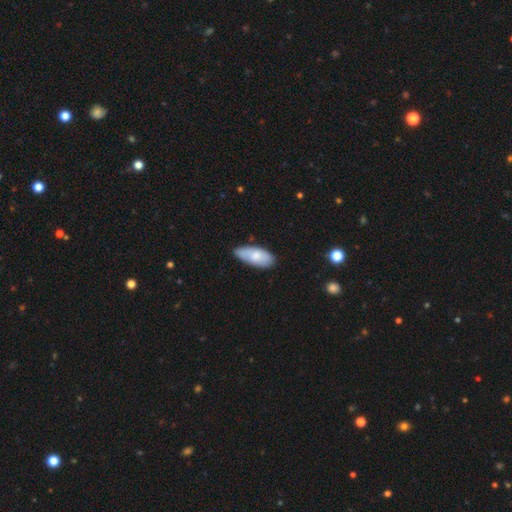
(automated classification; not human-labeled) Q: Smooth or featured?
A: smooth (74%); runner-up: featured or disk (20%)
Q: How rounded?
A: in between (87%); runner-up: cigar-shaped (12%)
Q: Merging?
A: none (66%); runner-up: minor disturbance (27%)